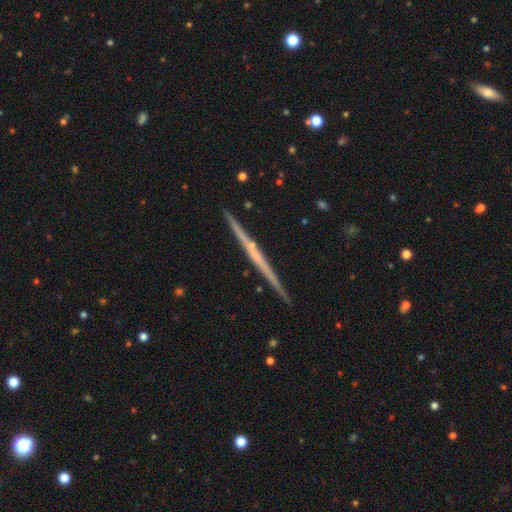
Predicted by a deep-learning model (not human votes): Smooth or featured? Predicted: featured or disk (p=0.73). Edge-on disk? Predicted: yes (p=0.98). Edge-on bulge? Predicted: none (p=0.76). Merging? Predicted: none (p=0.92).